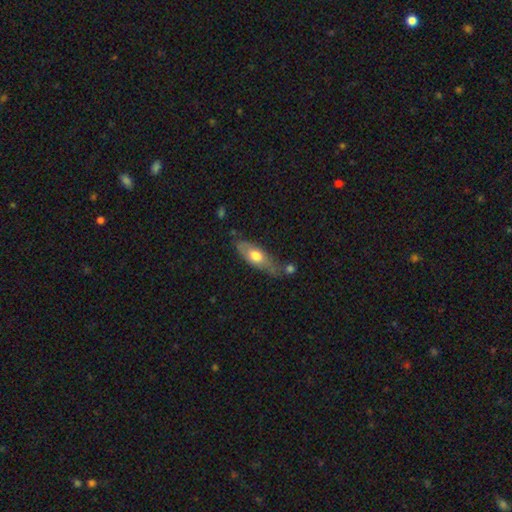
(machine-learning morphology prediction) Q: Smooth or featured?
A: smooth (60%); runner-up: featured or disk (34%)
Q: How rounded?
A: in between (65%); runner-up: cigar-shaped (32%)
Q: Merging?
A: none (55%); runner-up: minor disturbance (27%)